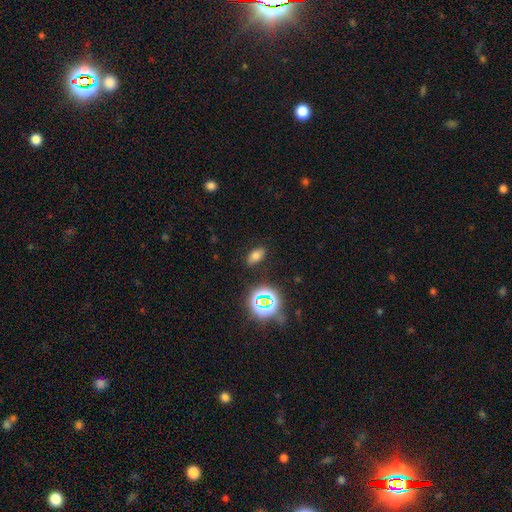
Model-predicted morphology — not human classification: Q: Smooth or featured?
A: smooth (67%); runner-up: star or artifact (21%)
Q: How rounded?
A: in between (87%); runner-up: round (9%)
Q: Merging?
A: none (85%); runner-up: minor disturbance (10%)